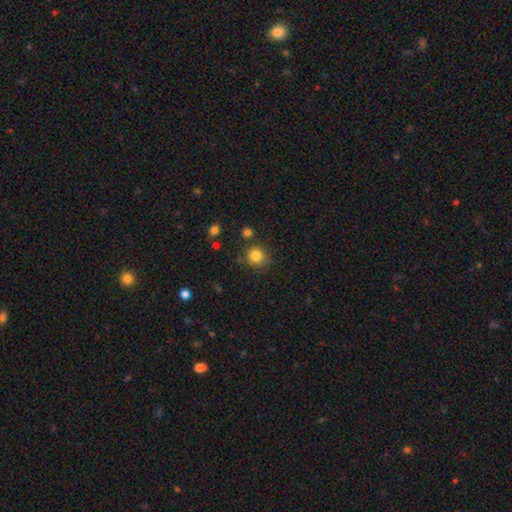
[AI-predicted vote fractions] A smooth galaxy with no disk features (84%) that is round (88%). Merging: none (78%).